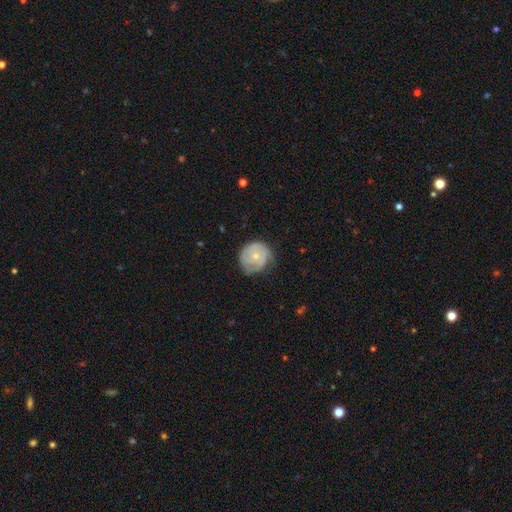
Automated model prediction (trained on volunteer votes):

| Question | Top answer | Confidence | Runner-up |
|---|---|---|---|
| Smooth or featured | featured or disk | 70% | smooth (25%) |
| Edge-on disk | no | 98% | yes (2%) |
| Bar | no | 79% | weak (18%) |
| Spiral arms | yes | 90% | no (10%) |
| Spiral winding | tight | 66% | medium (27%) |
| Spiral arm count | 3 | 30% | can't tell (27%) |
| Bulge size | small | 62% | moderate (35%) |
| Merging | none | 63% | minor disturbance (28%) |